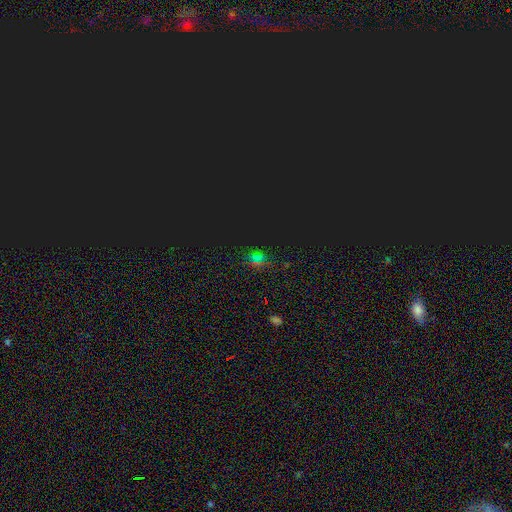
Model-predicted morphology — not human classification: type=star or artifact (67%).